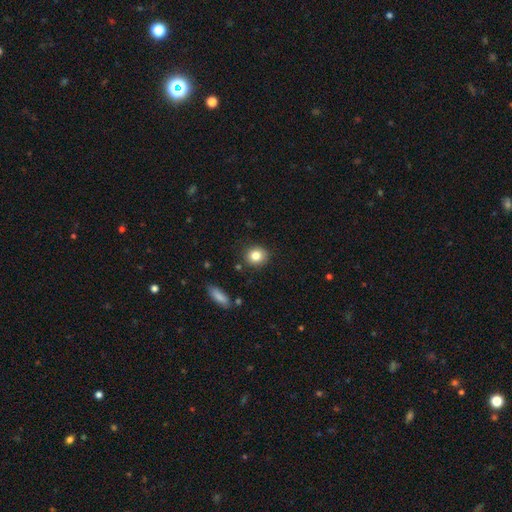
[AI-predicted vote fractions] A smooth galaxy with no disk features (83%) that is round (80%).

Vote fractions:
- Smooth or featured? smooth: 83% / star or artifact: 10% / featured or disk: 8%
- How rounded? round: 80% / in between: 19% / cigar-shaped: 1%
- Merging? none: 87% / minor disturbance: 8% / major disturbance: 2% / merger: 2%